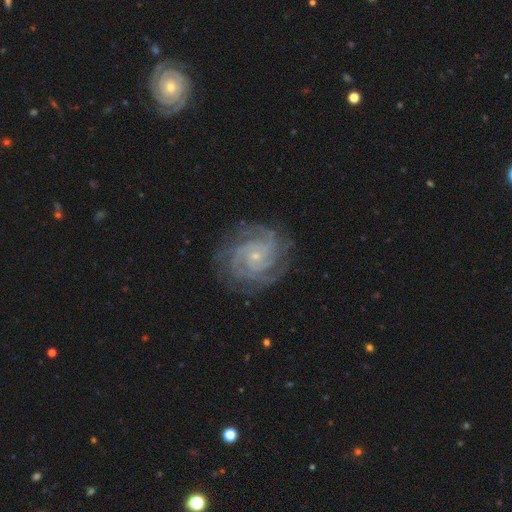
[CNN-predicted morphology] Smooth or featured? featured or disk (90%)
Edge-on disk? no (98%)
Bar? no (71%)
Spiral arms? yes (98%)
Spiral winding? tight (74%)
Spiral arm count? 3 (25%, tied with 2)
Bulge size? small (82%)
Merging? none (81%)